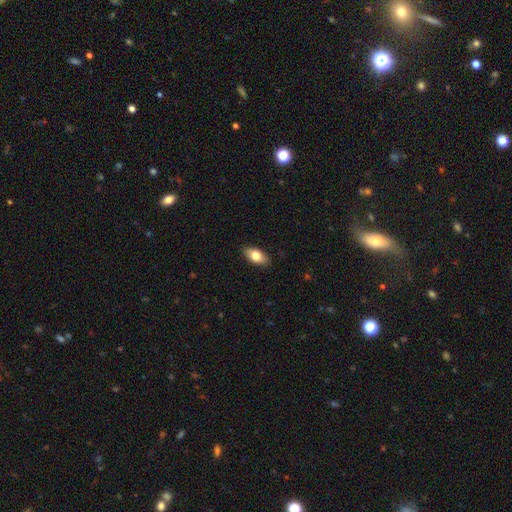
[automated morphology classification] Overall: smooth (78%). How rounded: in between (90%). Merging: none (87%).